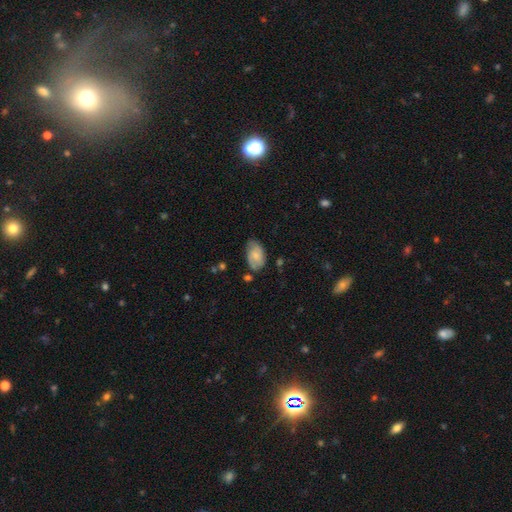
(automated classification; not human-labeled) smooth-or-featured: smooth: 63% | featured or disk: 31% | star or artifact: 7%
  how-rounded: in between: 92% | round: 7% | cigar-shaped: 2%
  merging: none: 61% | minor disturbance: 29% | major disturbance: 6% | merger: 4%